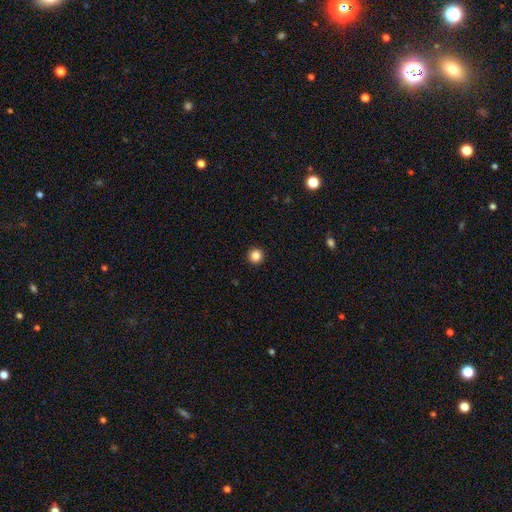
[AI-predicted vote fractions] This appears to be a smooth galaxy with no disk features (85%) that is round (96%). Merging: none (94%).